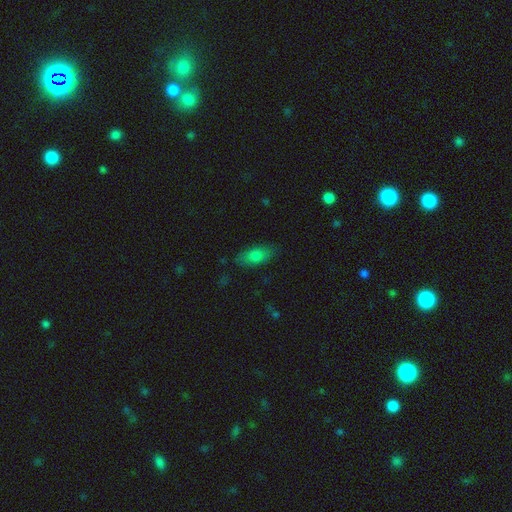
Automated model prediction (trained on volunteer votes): smooth_or_featured: smooth (p=0.75) [alt: featured or disk p=0.17]
how_rounded: in between (p=0.81) [alt: cigar-shaped p=0.15]
merging: none (p=0.82) [alt: minor disturbance p=0.14]